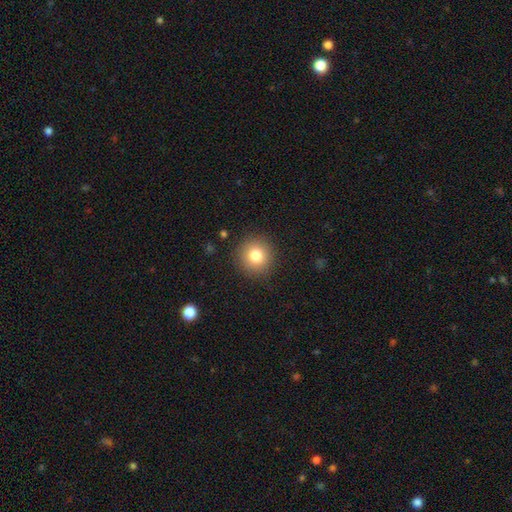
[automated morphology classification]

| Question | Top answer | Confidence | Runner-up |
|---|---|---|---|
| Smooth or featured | smooth | 81% | star or artifact (11%) |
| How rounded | round | 93% | in between (6%) |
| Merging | none | 90% | minor disturbance (7%) |